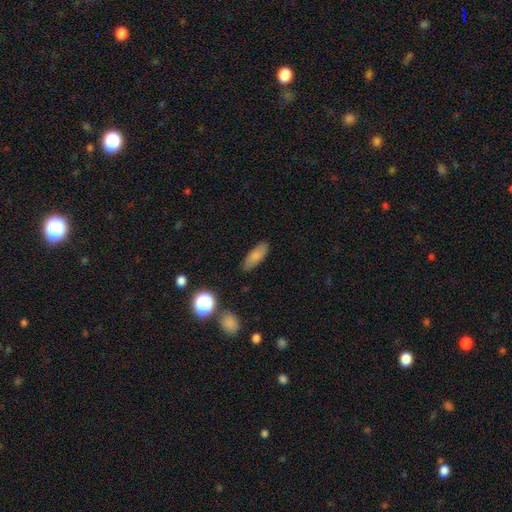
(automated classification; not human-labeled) smooth 78%, featured or disk 13%, star or artifact 9%. Down the decision tree: how rounded — in between (71%); merging — none (84%).